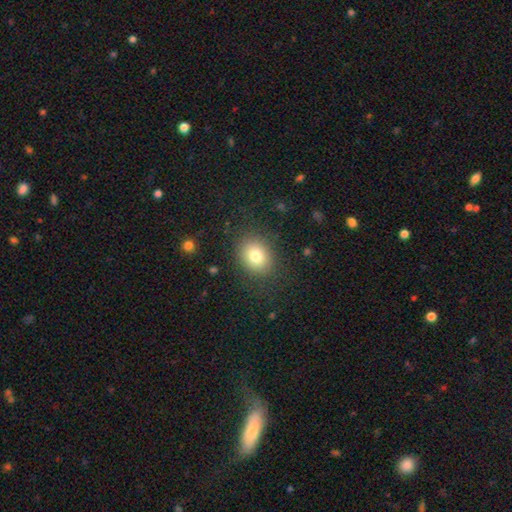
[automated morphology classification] Q: Smooth or featured?
A: smooth (78%); runner-up: star or artifact (11%)
Q: How rounded?
A: round (52%); runner-up: in between (47%)
Q: Merging?
A: none (84%); runner-up: minor disturbance (10%)